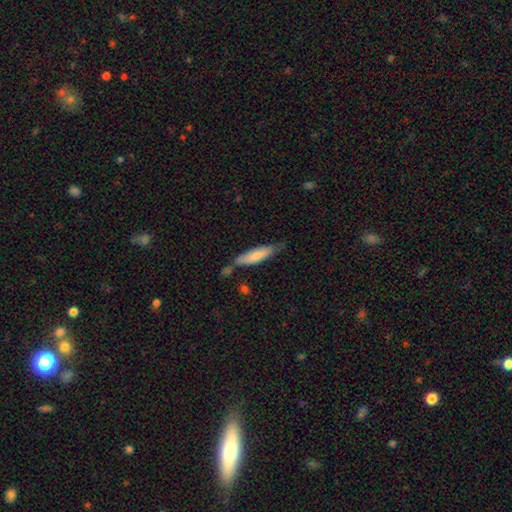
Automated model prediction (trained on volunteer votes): A smooth galaxy with no disk features (70%) that is cigar-shaped (73%).

Vote fractions:
- Smooth or featured? smooth: 70% / featured or disk: 24% / star or artifact: 6%
- How rounded? cigar-shaped: 73% / in between: 25% / round: 1%
- Merging? none: 59% / minor disturbance: 25% / merger: 11% / major disturbance: 6%